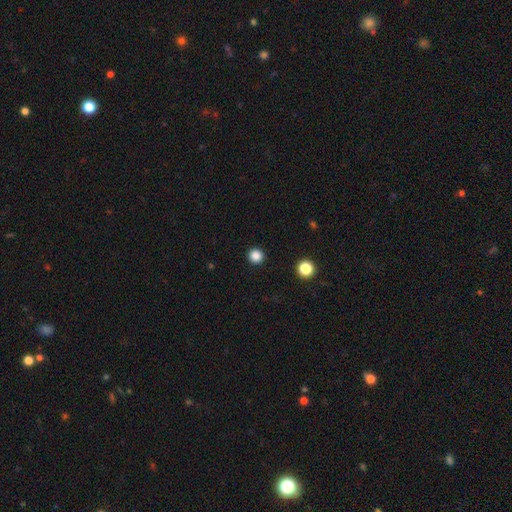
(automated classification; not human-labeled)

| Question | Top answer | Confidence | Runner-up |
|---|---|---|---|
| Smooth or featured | smooth | 85% | star or artifact (12%) |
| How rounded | round | 95% | in between (4%) |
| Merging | none | 93% | minor disturbance (4%) |